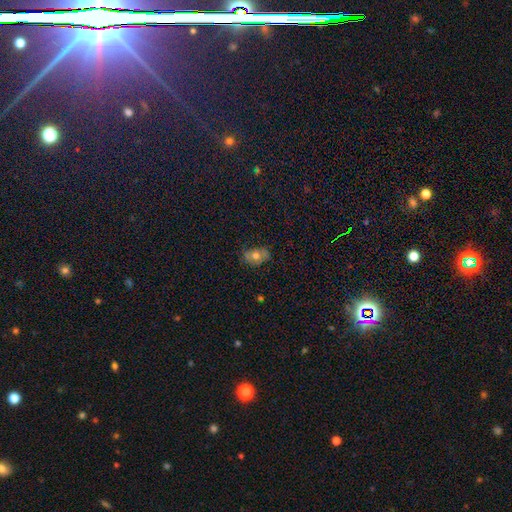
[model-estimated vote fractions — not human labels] Q: Smooth or featured?
A: smooth (51%); runner-up: featured or disk (36%)
Q: How rounded?
A: in between (68%); runner-up: round (30%)
Q: Merging?
A: none (67%); runner-up: minor disturbance (24%)